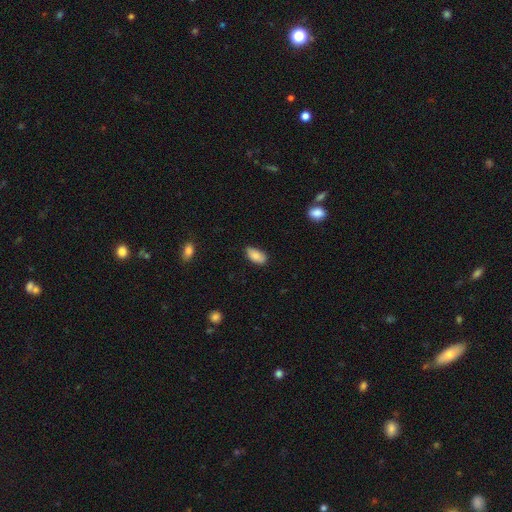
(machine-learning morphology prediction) smooth-or-featured: smooth: 85% | featured or disk: 7% | star or artifact: 7%
  how-rounded: in between: 93% | round: 3% | cigar-shaped: 3%
  merging: none: 73% | minor disturbance: 23% | major disturbance: 3% | merger: 1%